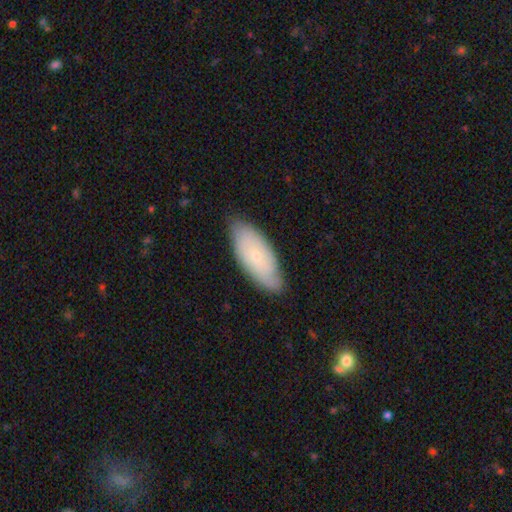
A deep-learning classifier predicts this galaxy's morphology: A smooth galaxy with no disk features (54%) that is in between round and cigar-shaped (83%). Merging: none (79%).